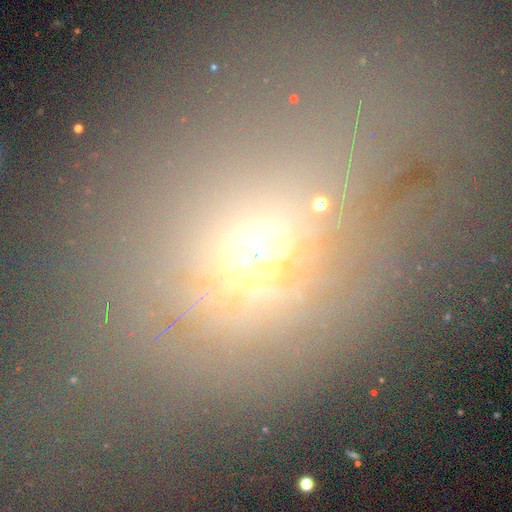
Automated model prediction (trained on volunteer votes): smooth_or_featured: smooth (p=0.47) [alt: star or artifact p=0.28]
merging: none (p=0.48) [alt: merger p=0.18]